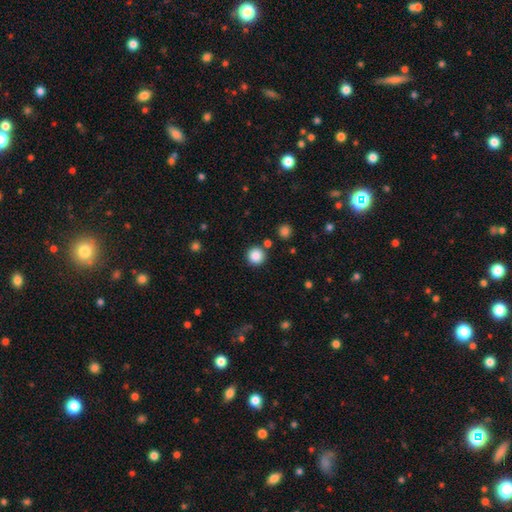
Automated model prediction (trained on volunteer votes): Smooth or featured: smooth — 86% (star or artifact — 10%)
How rounded: round — 95% (in between — 4%)
Merging: none — 87% (minor disturbance — 6%)